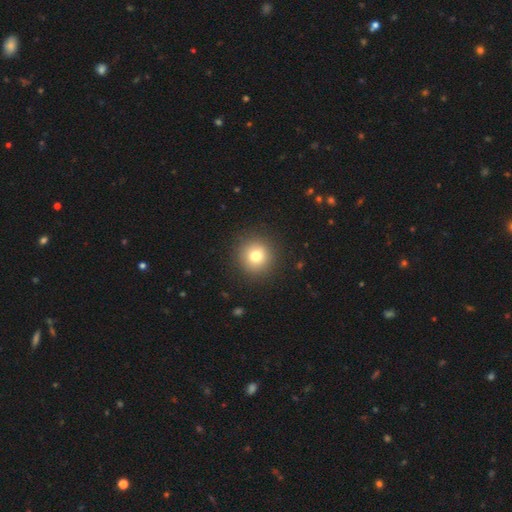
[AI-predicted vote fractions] The model was most divided on "smooth or featured": smooth: 78%, star or artifact: 12%, featured or disk: 10%. More confident: how rounded — round (93%); merging — none (90%).